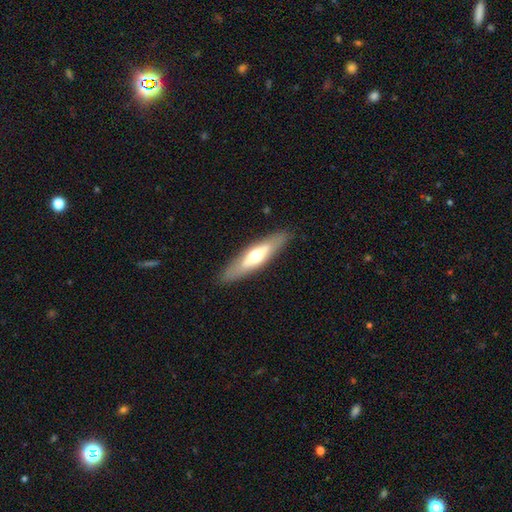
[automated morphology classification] smooth_or_featured: featured or disk (p=0.49) [alt: smooth p=0.46]
merging: none (p=0.87) [alt: minor disturbance p=0.09]